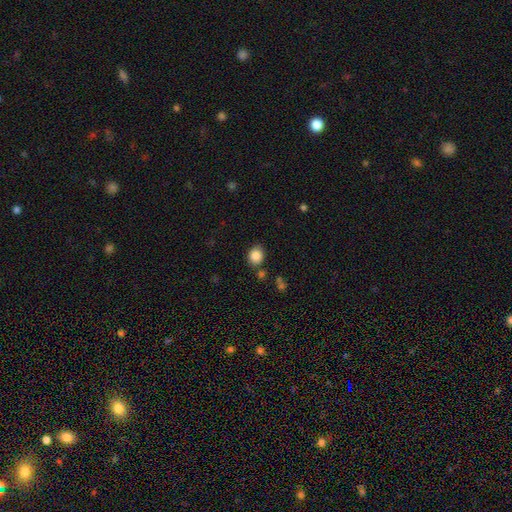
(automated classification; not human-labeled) A smooth galaxy with no disk features (86%) that is round (72%).

Vote fractions:
- Smooth or featured? smooth: 86% / star or artifact: 10% / featured or disk: 4%
- How rounded? round: 72% / in between: 27% / cigar-shaped: 1%
- Merging? none: 80% / minor disturbance: 11% / merger: 6% / major disturbance: 3%